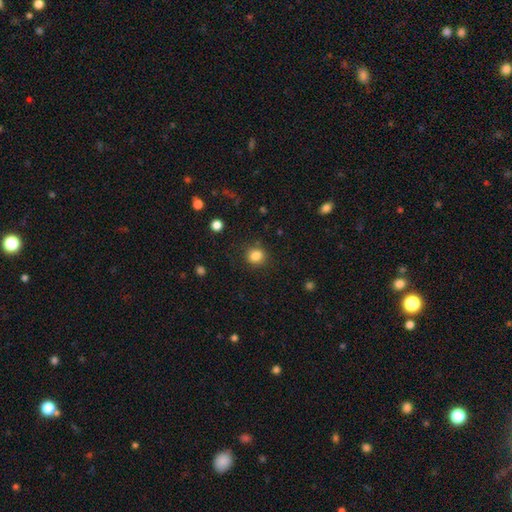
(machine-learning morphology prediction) type=smooth (85%); roundness=round (81%); merging=none (85%).